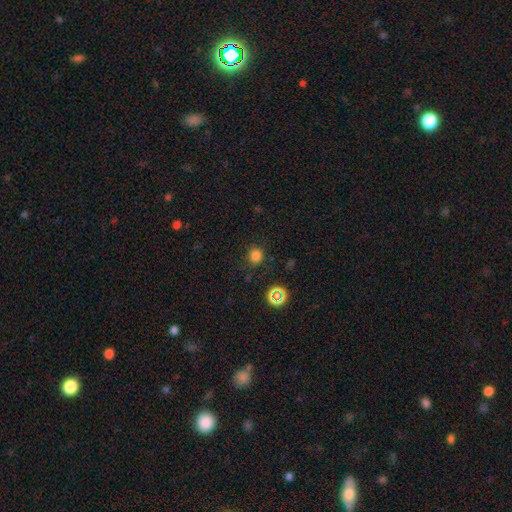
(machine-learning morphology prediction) This appears to be a smooth galaxy with no disk features (77%) that is round (92%). Merging: none (83%).